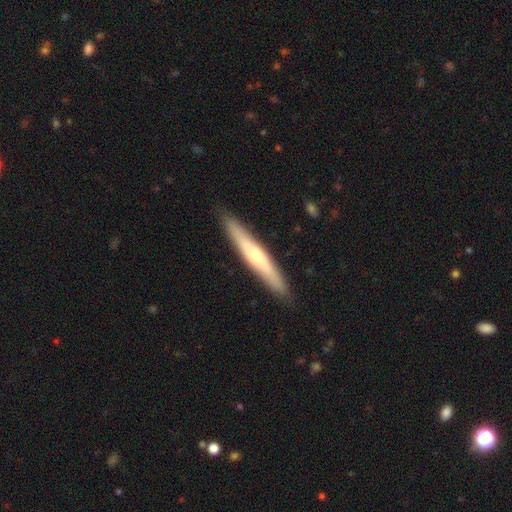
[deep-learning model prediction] Smooth or featured? featured or disk (49%)
Merging? none (90%)